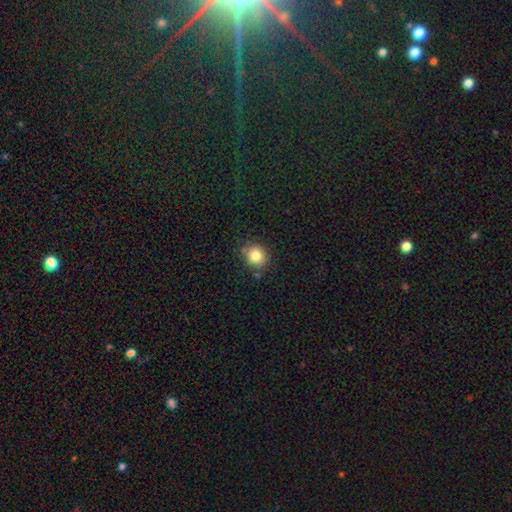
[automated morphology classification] smooth-or-featured: smooth: 83% | star or artifact: 10% | featured or disk: 7%
  how-rounded: round: 78% | in between: 21% | cigar-shaped: 1%
  merging: none: 81% | minor disturbance: 12% | merger: 3% | major disturbance: 3%